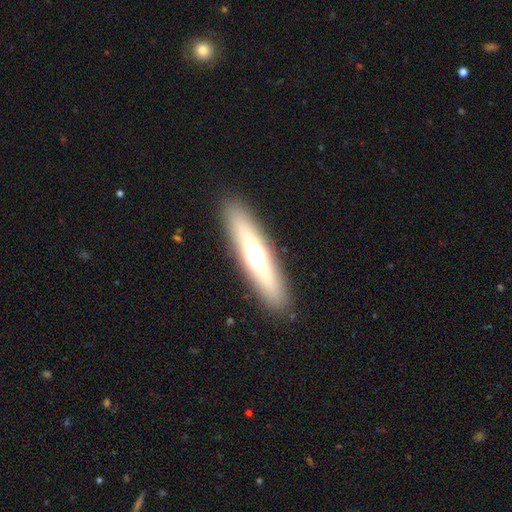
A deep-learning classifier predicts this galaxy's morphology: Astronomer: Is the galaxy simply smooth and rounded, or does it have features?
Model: smooth — 49% (runner-up: featured or disk, 43%).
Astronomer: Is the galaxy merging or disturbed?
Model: none — 89%.